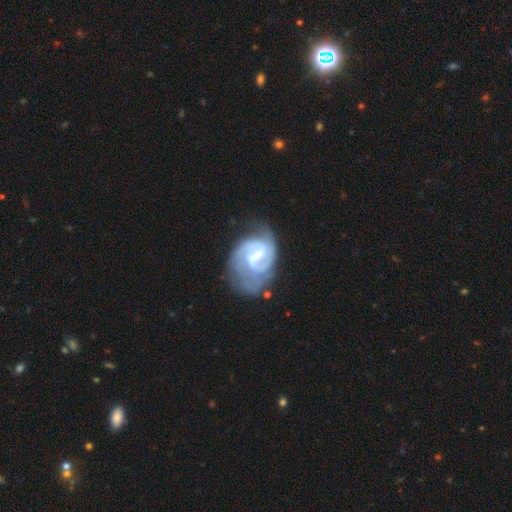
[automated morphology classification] This is clearly a featured or disk galaxy (84%). It is clearly not viewed edge-on (98%). Bar: possibly weak (56%). Spiral arm pattern: clearly yes (93%). Spiral arm count: possibly 2 (59%). Spiral winding: marginally medium (44%). Central bulge: possibly small (47%). Merging: possibly none (49%).